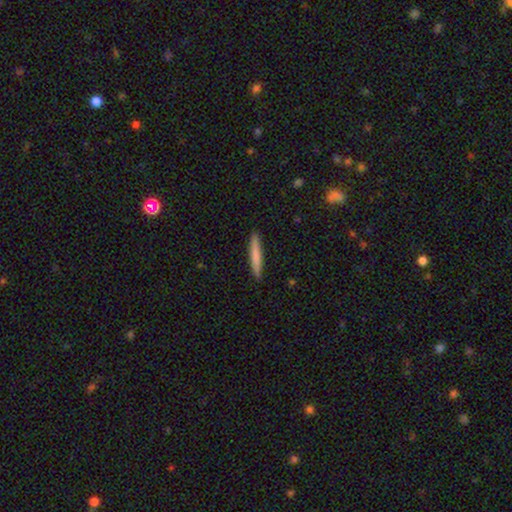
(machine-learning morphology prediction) smooth_or_featured: smooth (p=0.74) [alt: featured or disk p=0.21]
how_rounded: cigar-shaped (p=0.94) [alt: in between p=0.04]
merging: none (p=0.90) [alt: minor disturbance p=0.07]